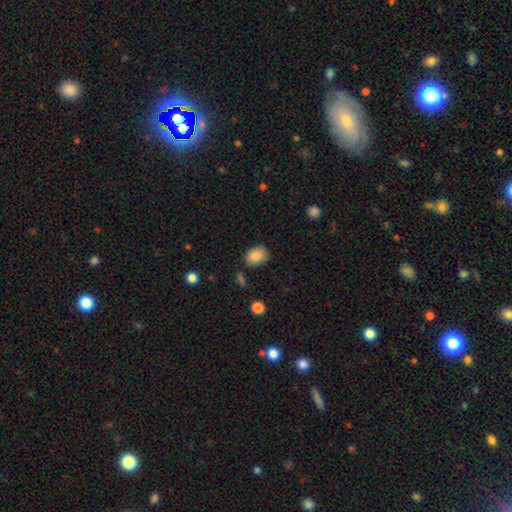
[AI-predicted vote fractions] Q: Smooth or featured?
A: smooth (87%); runner-up: star or artifact (8%)
Q: How rounded?
A: in between (67%); runner-up: round (32%)
Q: Merging?
A: none (79%); runner-up: minor disturbance (15%)